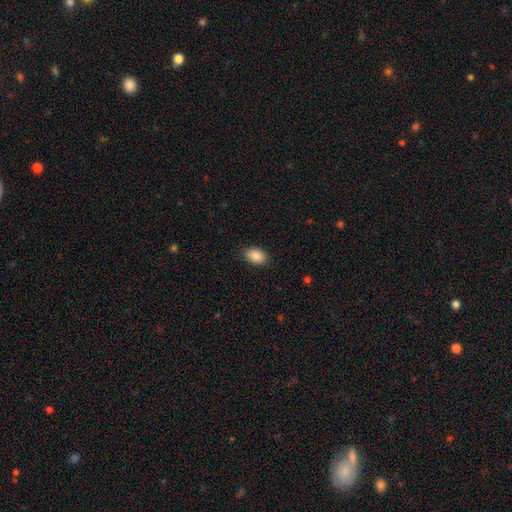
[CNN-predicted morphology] Q: Smooth or featured?
A: smooth (87%); runner-up: star or artifact (7%)
Q: How rounded?
A: in between (87%); runner-up: round (12%)
Q: Merging?
A: none (87%); runner-up: minor disturbance (10%)